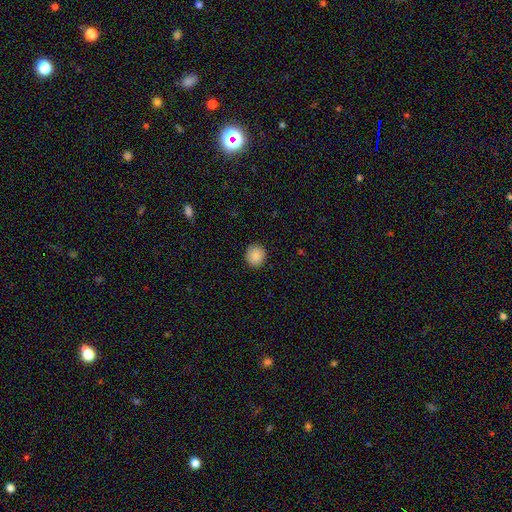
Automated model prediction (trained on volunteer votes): Morphology: type=smooth (88%); roundness=round (90%); merging=none (91%).